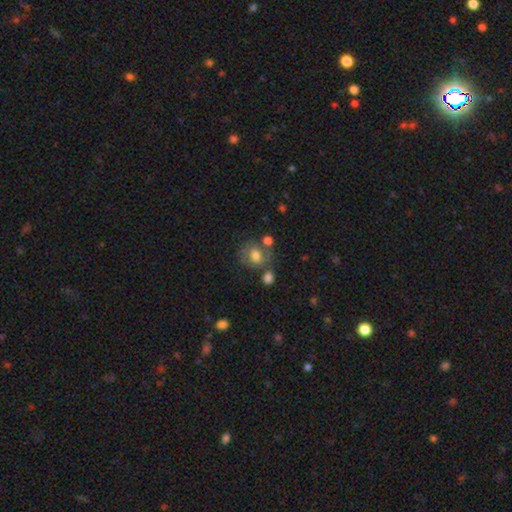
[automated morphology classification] smooth-or-featured: smooth: 61% | featured or disk: 29% | star or artifact: 10%
  how-rounded: round: 67% | in between: 32% | cigar-shaped: 1%
  merging: none: 52% | merger: 19% | minor disturbance: 19% | major disturbance: 10%